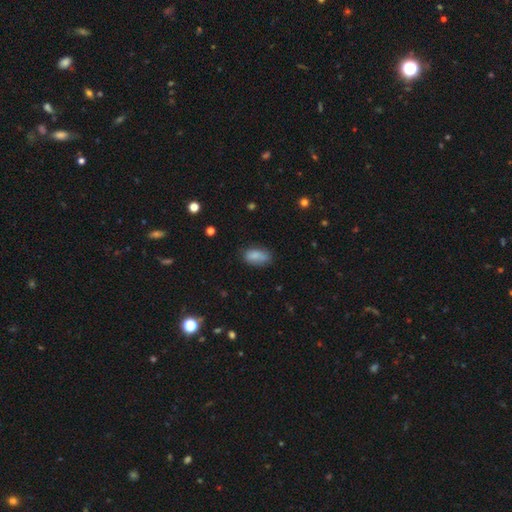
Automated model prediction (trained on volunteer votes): smooth_or_featured: smooth (p=0.83) [alt: star or artifact p=0.09]
how_rounded: in between (p=0.91) [alt: round p=0.05]
merging: none (p=0.65) [alt: minor disturbance p=0.25]